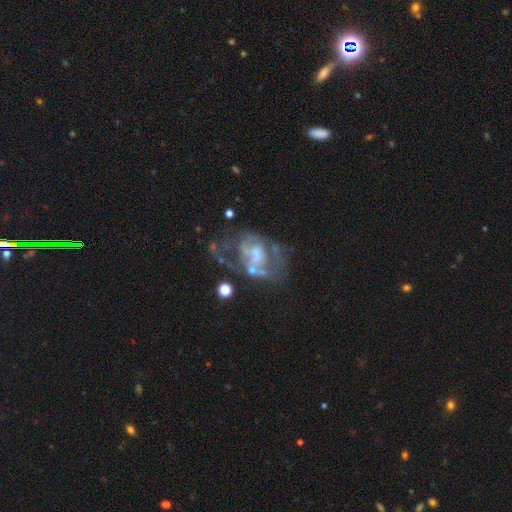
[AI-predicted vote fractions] Smooth or featured? featured or disk (73%)
Edge-on disk? no (97%)
Bar? no (68%)
Spiral arms? no (57%)
Bulge size? none (32%)
Merging? major disturbance (37%)